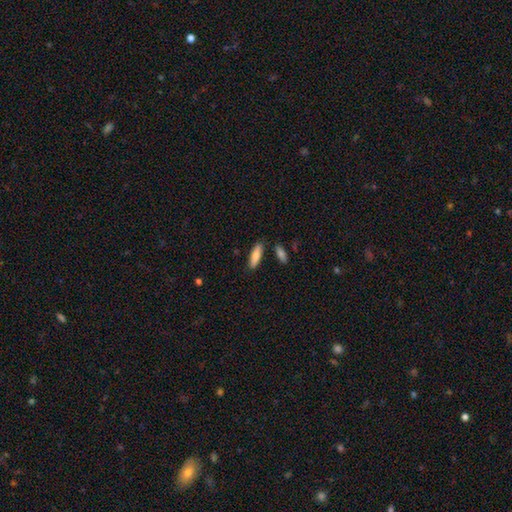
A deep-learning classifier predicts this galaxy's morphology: Q: Smooth or featured?
A: smooth (81%); runner-up: featured or disk (13%)
Q: How rounded?
A: cigar-shaped (56%); runner-up: in between (42%)
Q: Merging?
A: none (84%); runner-up: minor disturbance (10%)